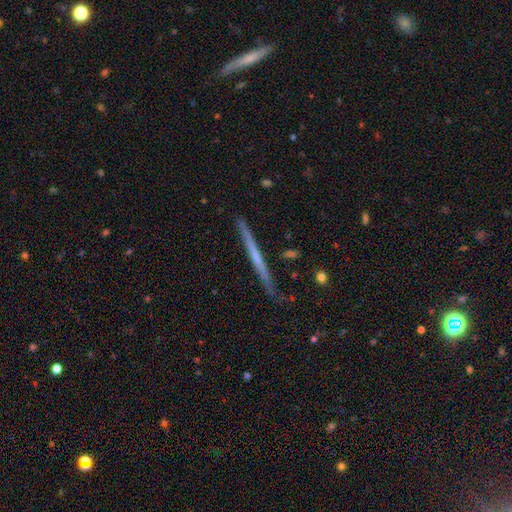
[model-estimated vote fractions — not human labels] smooth_or_featured: featured or disk (p=0.57) [alt: smooth p=0.37]
disk_edge_on: yes (p=0.97) [alt: no p=0.03]
edge_on_bulge: none (p=0.84) [alt: rounded p=0.11]
merging: none (p=0.85) [alt: minor disturbance p=0.12]